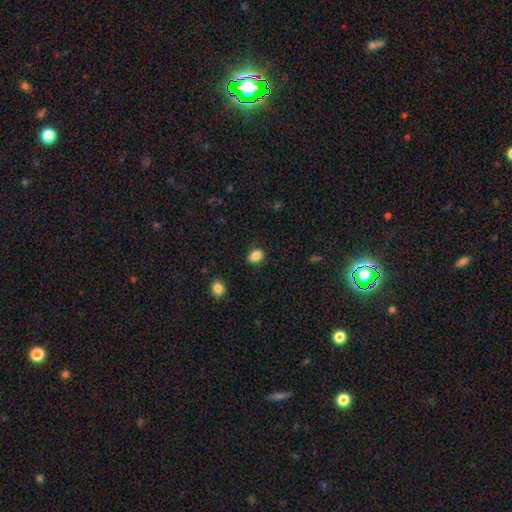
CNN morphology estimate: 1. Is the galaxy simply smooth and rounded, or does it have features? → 86% smooth, 10% star or artifact, 5% featured or disk.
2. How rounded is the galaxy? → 61% in between, 38% round, 1% cigar-shaped.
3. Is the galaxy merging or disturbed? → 86% none, 10% minor disturbance, 3% major disturbance, 1% merger.